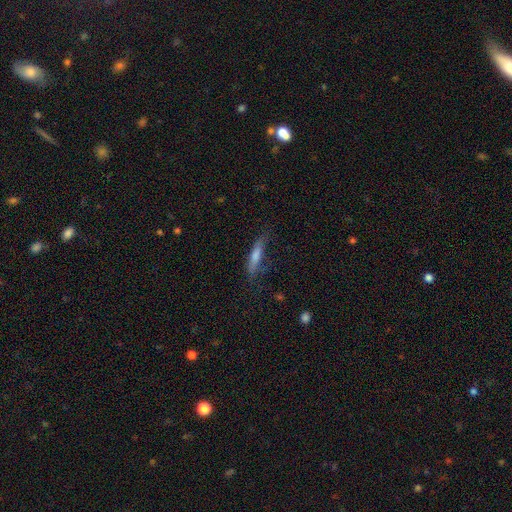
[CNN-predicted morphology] Q: Smooth or featured?
A: smooth (46%); runner-up: featured or disk (43%)
Q: Merging?
A: none (70%); runner-up: minor disturbance (21%)